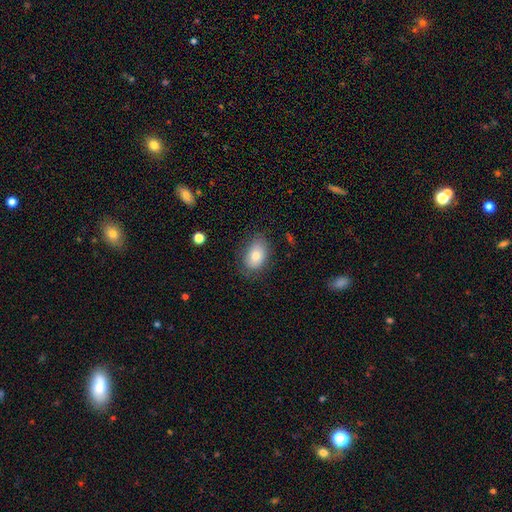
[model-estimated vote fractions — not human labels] Smooth or featured?
  - smooth: 79% *
  - featured or disk: 13%
  - star or artifact: 8%
How rounded?
  - in between: 86% *
  - round: 12%
  - cigar-shaped: 1%
Merging?
  - none: 77% *
  - minor disturbance: 17%
  - major disturbance: 5%
  - merger: 1%